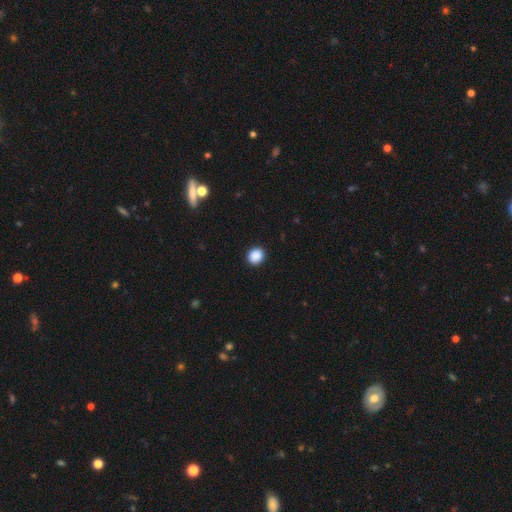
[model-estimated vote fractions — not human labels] A smooth galaxy with no disk features (89%) that is round (81%). Merging: none (92%).